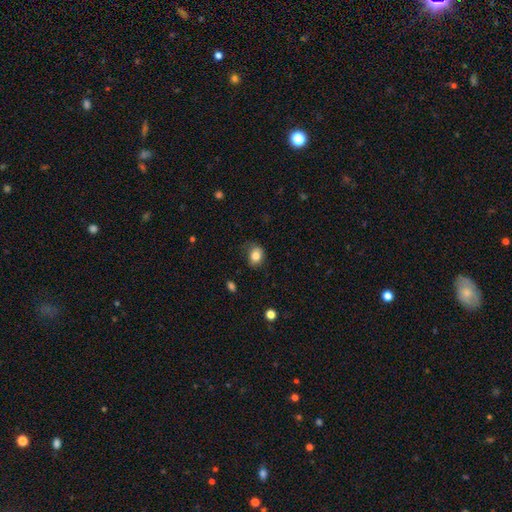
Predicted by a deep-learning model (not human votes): Morphology: type=smooth (82%); roundness=in between (53%); merging=none (70%).